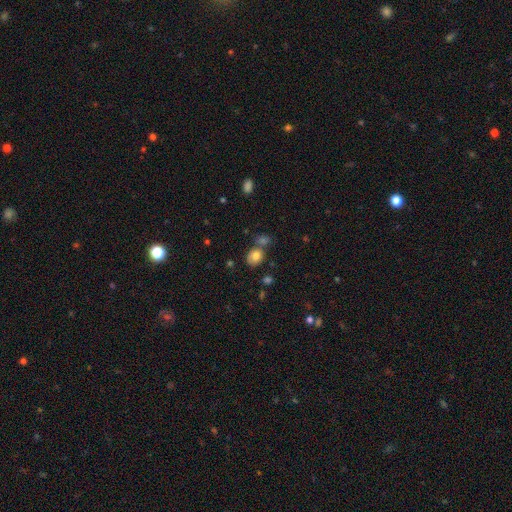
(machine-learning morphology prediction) smooth-or-featured: smooth: 79% | featured or disk: 11% | star or artifact: 10%
  how-rounded: in between: 50% | round: 49% | cigar-shaped: 1%
  merging: none: 62% | merger: 19% | minor disturbance: 14% | major disturbance: 5%